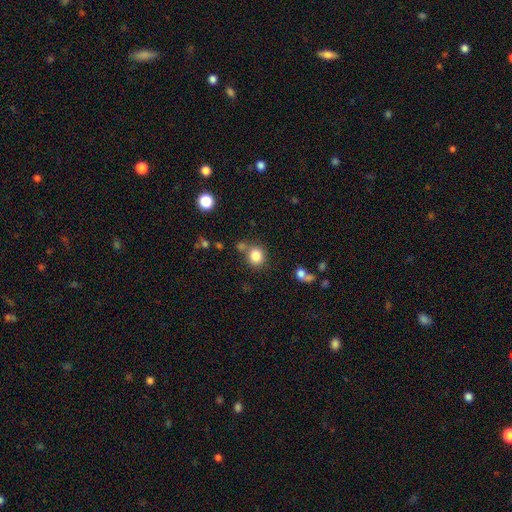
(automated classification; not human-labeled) A smooth galaxy with no disk features (83%) that is round (81%).

Vote fractions:
- Smooth or featured? smooth: 83% / star or artifact: 11% / featured or disk: 6%
- How rounded? round: 81% / in between: 18% / cigar-shaped: 1%
- Merging? none: 68% / merger: 15% / minor disturbance: 12% / major disturbance: 5%